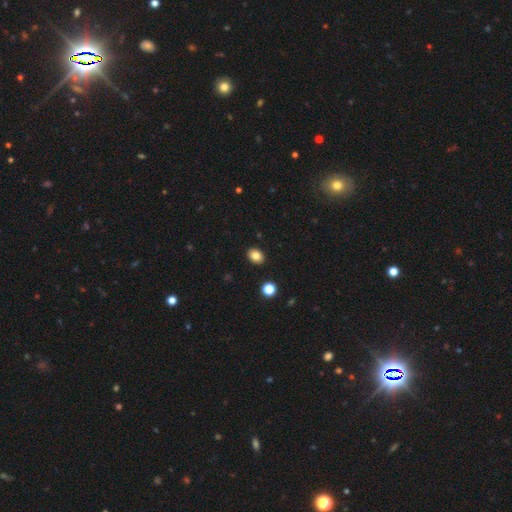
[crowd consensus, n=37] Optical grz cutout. It shows a smooth galaxy with no disk features (86%) that is in between round and cigar-shaped (78%). Merging: none (91%).